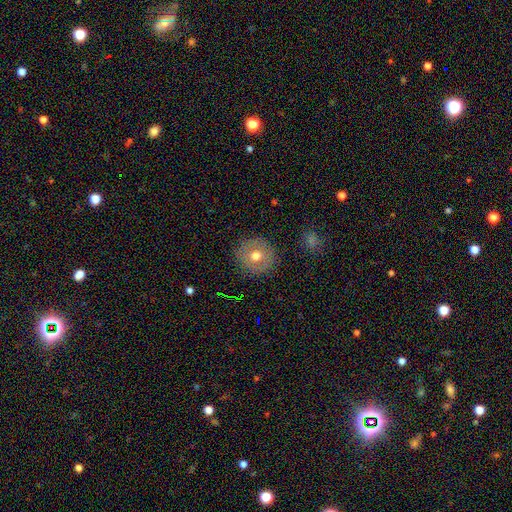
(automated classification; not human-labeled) smooth 64%, featured or disk 24%, star or artifact 12%. Down the decision tree: how rounded — round (93%); merging — none (88%).